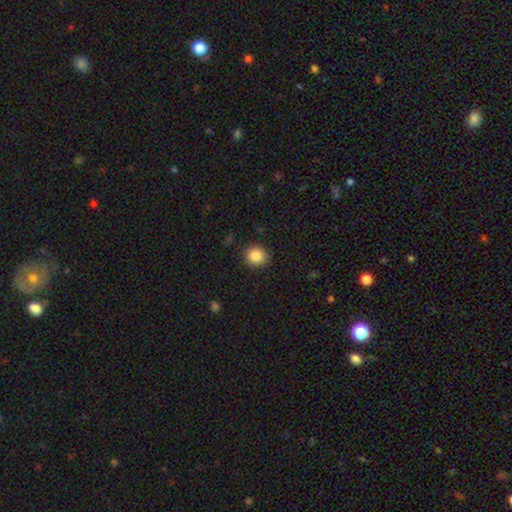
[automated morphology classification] type=smooth (86%); roundness=round (84%); merging=none (89%).